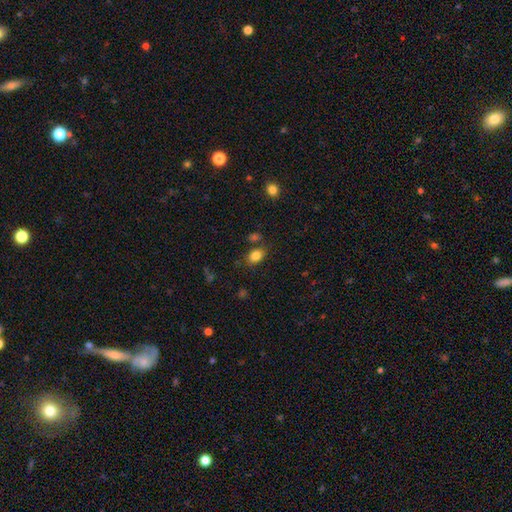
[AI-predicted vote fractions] Overall: smooth (84%). How rounded: in between (74%). Merging: none (76%).